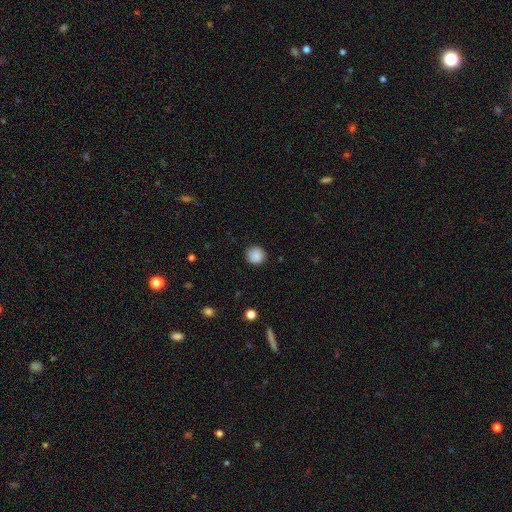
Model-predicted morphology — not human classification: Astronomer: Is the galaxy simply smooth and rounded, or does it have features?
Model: smooth — 87%.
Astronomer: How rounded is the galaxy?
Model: round — 93%.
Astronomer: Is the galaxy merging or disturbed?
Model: none — 87%.